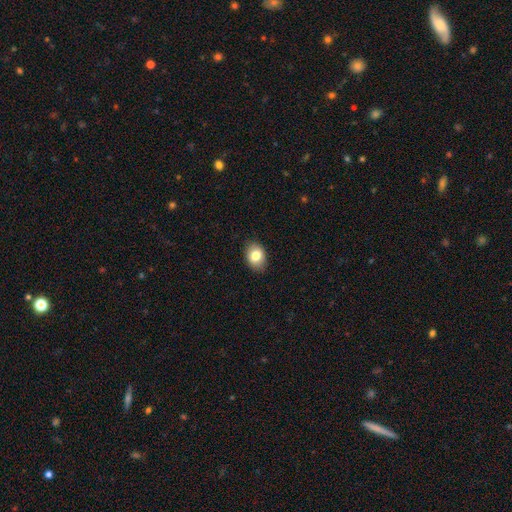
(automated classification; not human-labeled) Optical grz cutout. It shows a smooth galaxy with no disk features (80%) that is in between round and cigar-shaped (69%). Merging: none (87%).